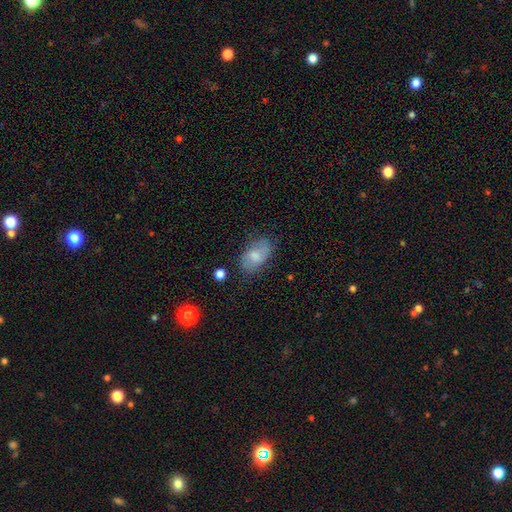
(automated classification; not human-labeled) A smooth galaxy with no disk features (67%) that is in between round and cigar-shaped (91%). Merging: none (71%).